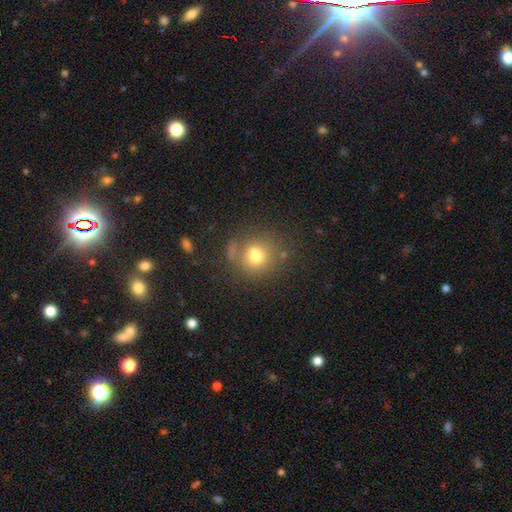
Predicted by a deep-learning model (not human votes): Overall: smooth (69%). How rounded: round (82%). Merging: none (52%; merger 23%).